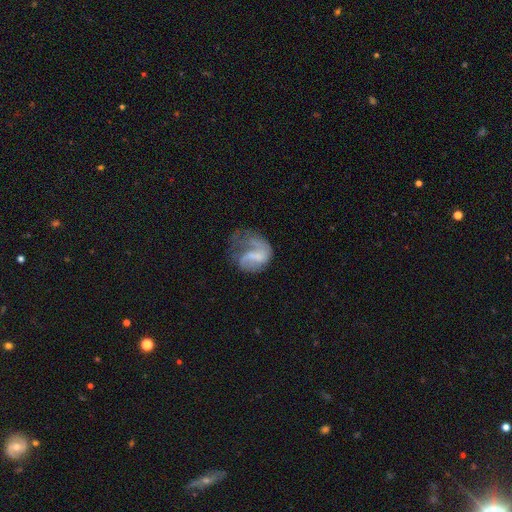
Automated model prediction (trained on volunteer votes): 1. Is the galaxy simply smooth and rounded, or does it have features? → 57% featured or disk, 34% smooth, 9% star or artifact.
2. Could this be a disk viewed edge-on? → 98% no, 2% yes.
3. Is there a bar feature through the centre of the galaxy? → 52% no, 35% weak, 12% strong.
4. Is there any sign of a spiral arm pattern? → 62% yes, 38% no.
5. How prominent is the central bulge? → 52% none, 21% small, 18% moderate, 7% large, 2% dominant.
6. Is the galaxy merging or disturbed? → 51% major disturbance, 24% none, 21% minor disturbance, 4% merger.